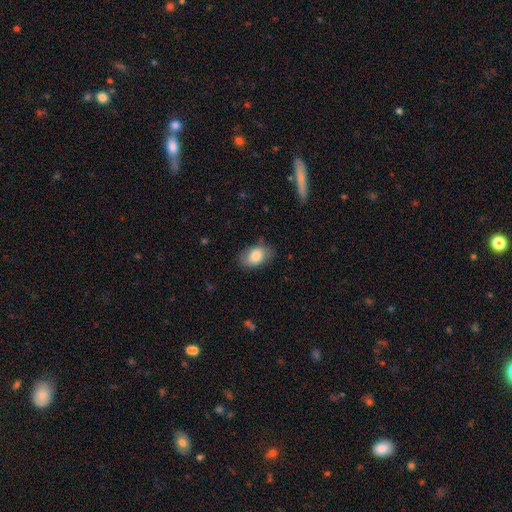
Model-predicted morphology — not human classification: A smooth galaxy with no disk features (83%) that is in between round and cigar-shaped (88%). Merging: none (77%).